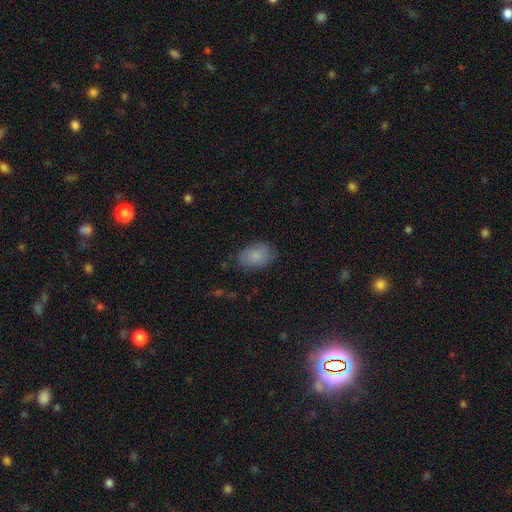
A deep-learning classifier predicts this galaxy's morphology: The model was most divided on "merging": none: 78%, minor disturbance: 17%, major disturbance: 4%, merger: 1%. More confident: how rounded — in between (85%); smooth or featured — smooth (83%).